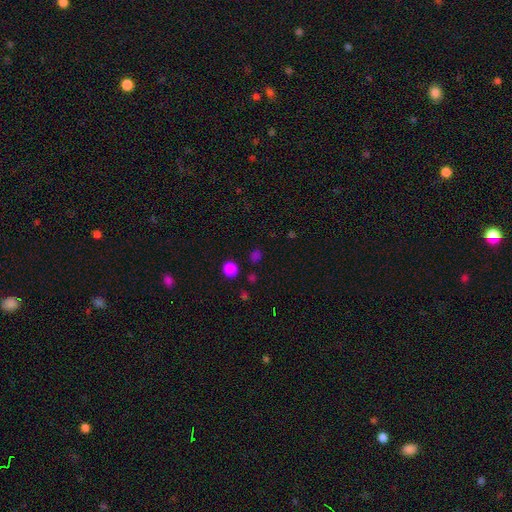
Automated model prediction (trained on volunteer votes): smooth_or_featured: smooth (p=0.71) [alt: star or artifact p=0.25]
how_rounded: round (p=0.79) [alt: in between p=0.19]
merging: none (p=0.83) [alt: minor disturbance p=0.09]